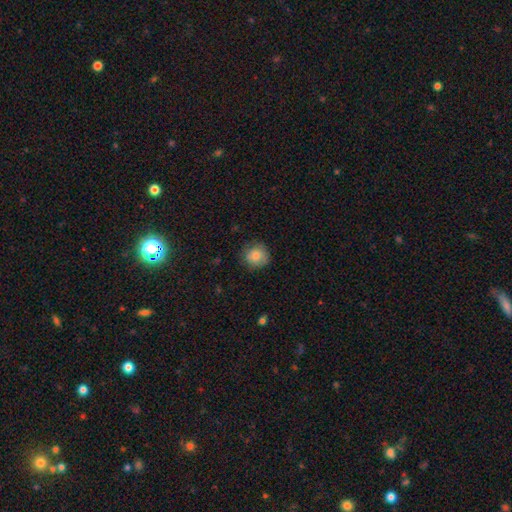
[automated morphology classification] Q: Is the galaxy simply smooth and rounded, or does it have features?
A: smooth — 83%.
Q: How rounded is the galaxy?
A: round — 89%.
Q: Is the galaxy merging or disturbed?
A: none — 79%.